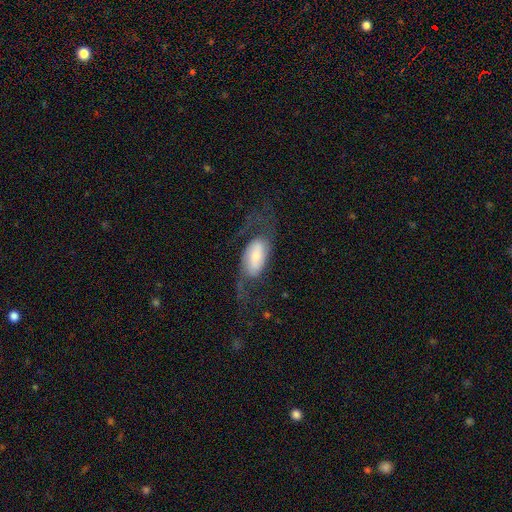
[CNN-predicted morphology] Q: Smooth or featured?
A: featured or disk (63%); runner-up: smooth (29%)
Q: Edge-on disk?
A: no (91%); runner-up: yes (9%)
Q: Bar?
A: no (41%); runner-up: weak (37%)
Q: Spiral arms?
A: yes (89%); runner-up: no (11%)
Q: Spiral winding?
A: loose (58%); runner-up: medium (32%)
Q: Spiral arm count?
A: 2 (88%); runner-up: can't tell (5%)
Q: Bulge size?
A: small (34%); runner-up: moderate (24%)
Q: Merging?
A: none (51%); runner-up: major disturbance (29%)